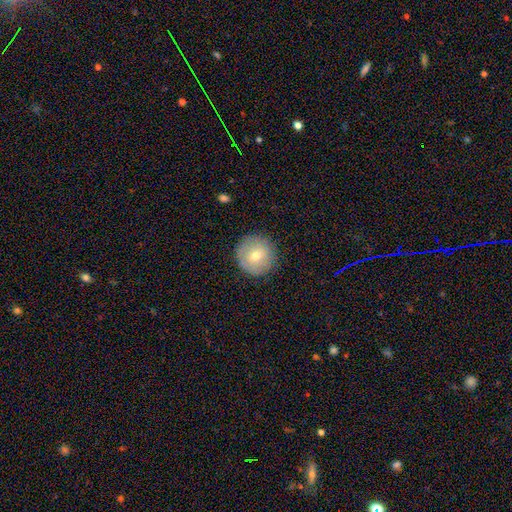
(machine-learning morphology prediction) This is likely a smooth galaxy (70%). How rounded: clearly round (96%). Merging: clearly none (89%).